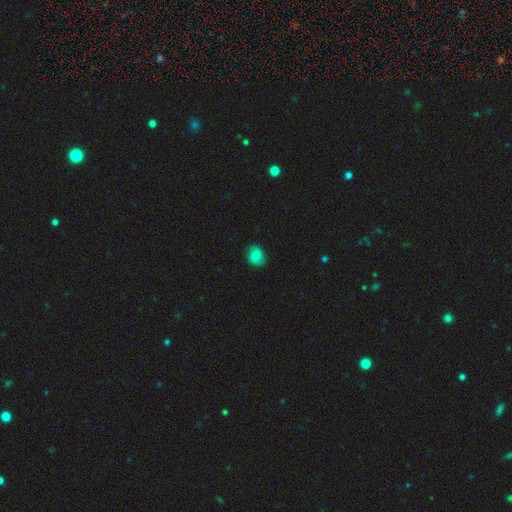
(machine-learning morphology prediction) Smooth or featured: smooth — 78% (featured or disk — 12%)
How rounded: round — 57% (in between — 42%)
Merging: none — 83% (minor disturbance — 14%)